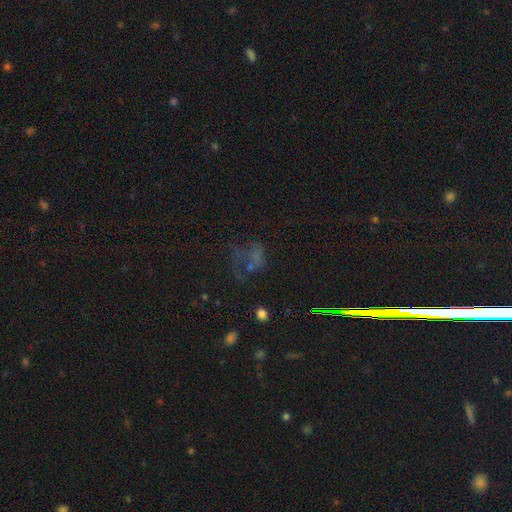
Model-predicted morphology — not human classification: type=star or artifact (51%).